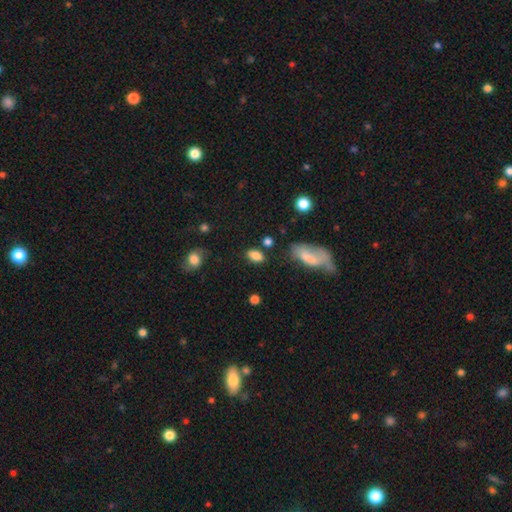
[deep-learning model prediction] Smooth or featured? smooth (83%)
How rounded? in between (86%)
Merging? none (73%)